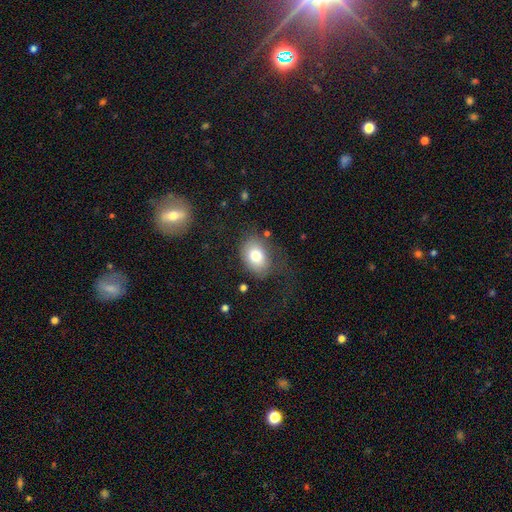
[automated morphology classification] type=smooth (76%); roundness=in between (68%); merging=none (62%).